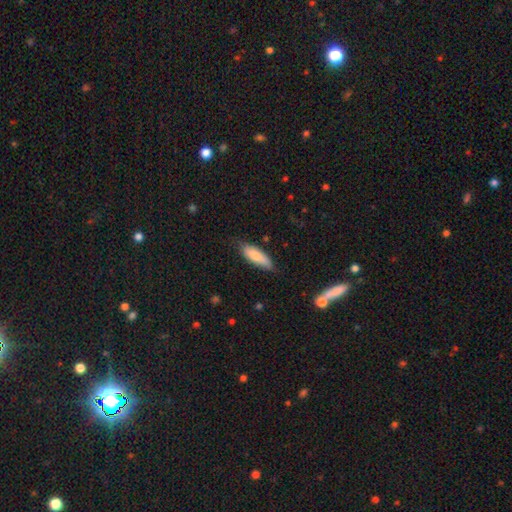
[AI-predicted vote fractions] A smooth galaxy with no disk features (82%) that is in between round and cigar-shaped (58%).

Vote fractions:
- Smooth or featured? smooth: 82% / featured or disk: 12% / star or artifact: 6%
- How rounded? in between: 58% / cigar-shaped: 41% / round: 2%
- Merging? none: 70% / minor disturbance: 24% / major disturbance: 4% / merger: 2%